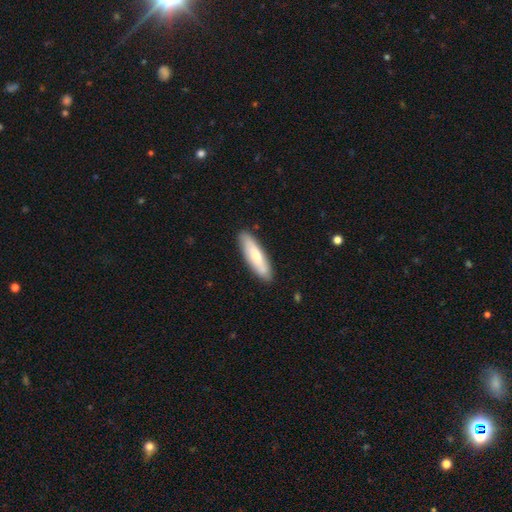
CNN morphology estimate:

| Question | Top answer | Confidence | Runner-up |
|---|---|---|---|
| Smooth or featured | smooth | 66% | featured or disk (29%) |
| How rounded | cigar-shaped | 65% | in between (33%) |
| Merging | none | 88% | minor disturbance (9%) |